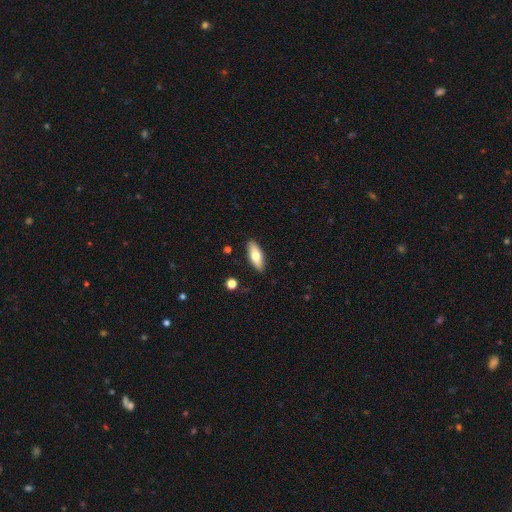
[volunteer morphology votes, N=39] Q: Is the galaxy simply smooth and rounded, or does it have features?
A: smooth — 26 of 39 (67%).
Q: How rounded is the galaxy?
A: in between — 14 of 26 (54%).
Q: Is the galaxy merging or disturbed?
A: none — 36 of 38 (95%).